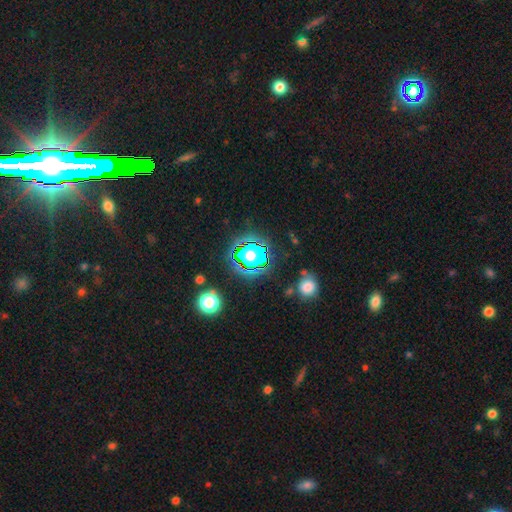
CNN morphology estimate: star or artifact 77%, smooth 13%, featured or disk 9%.